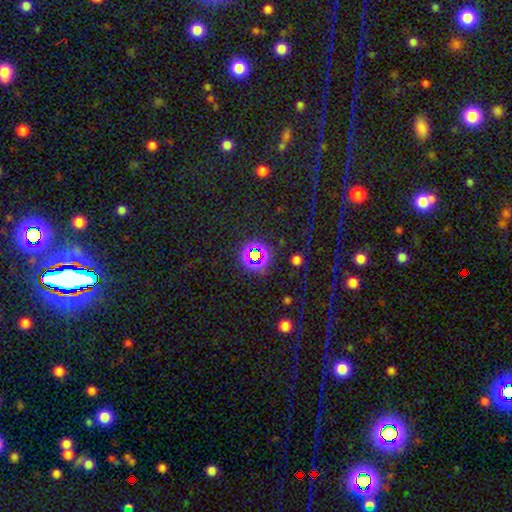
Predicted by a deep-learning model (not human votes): A star or artifact, not a galaxy (68%).